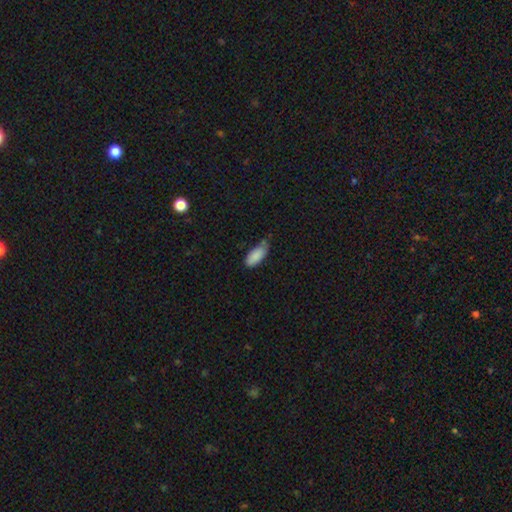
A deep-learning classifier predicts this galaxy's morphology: This is clearly a smooth galaxy (87%). How rounded: clearly in between (87%). Merging: possibly none (47%).